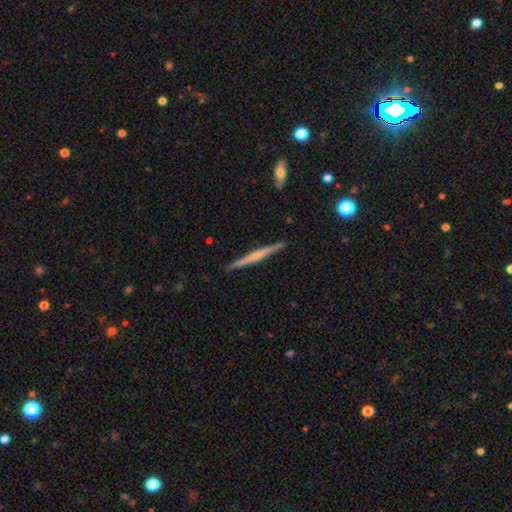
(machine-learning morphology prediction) Smooth or featured?
  - featured or disk: 62% *
  - smooth: 32%
  - star or artifact: 5%
Edge-on disk?
  - yes: 98% *
  - no: 2%
Edge-on bulge?
  - none: 45% *
  - rounded: 40%
  - boxy: 15%
Merging?
  - none: 91% *
  - minor disturbance: 7%
  - major disturbance: 1%
  - merger: 1%